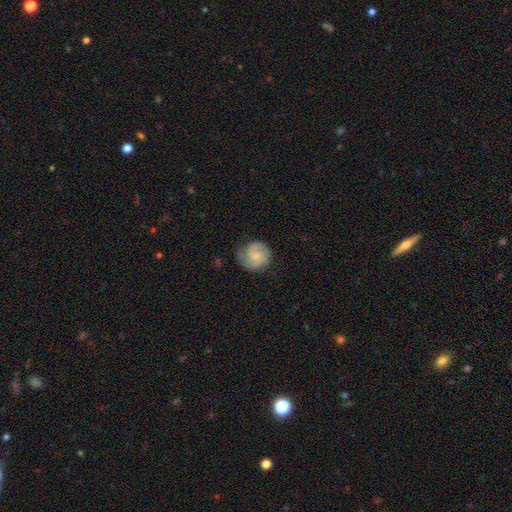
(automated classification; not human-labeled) smooth_or_featured: featured or disk (p=0.55) [alt: smooth p=0.39]
disk_edge_on: no (p=0.98) [alt: yes p=0.02]
bar: no (p=0.62) [alt: weak p=0.34]
has_spiral_arms: yes (p=0.92) [alt: no p=0.08]
bulge_size: small (p=0.51) [alt: moderate p=0.25]
merging: none (p=0.69) [alt: minor disturbance p=0.22]